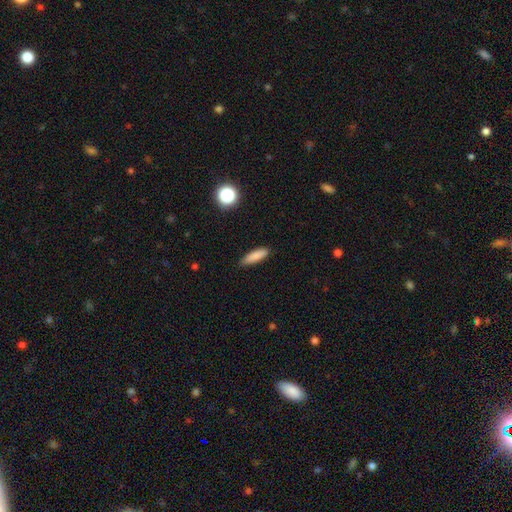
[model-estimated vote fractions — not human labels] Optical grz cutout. It shows a smooth galaxy with no disk features (84%) that is cigar-shaped (63%). Merging: none (84%).